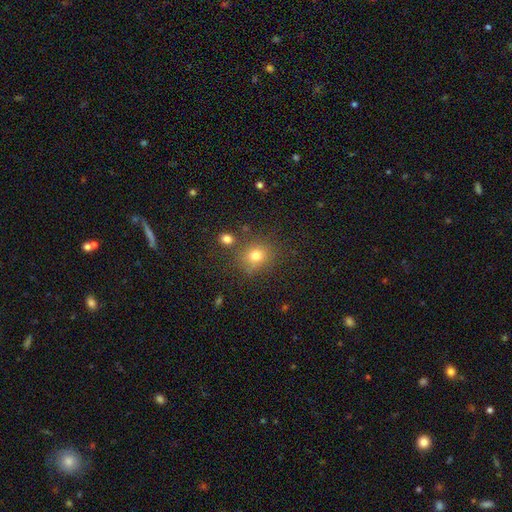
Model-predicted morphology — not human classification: Smooth or featured: smooth — 76% (star or artifact — 16%)
How rounded: round — 77% (in between — 22%)
Merging: none — 75% (minor disturbance — 12%)